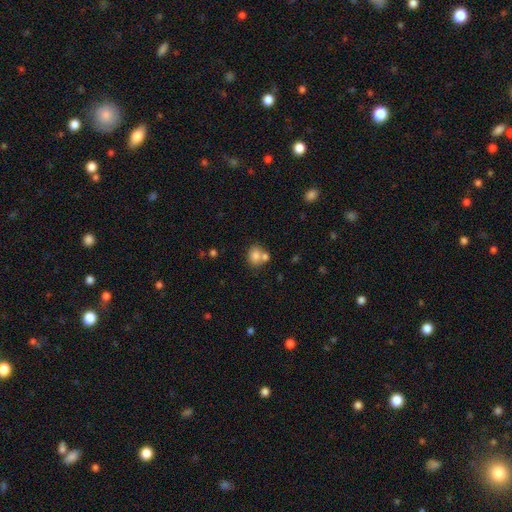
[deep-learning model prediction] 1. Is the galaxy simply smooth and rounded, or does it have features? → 79% smooth, 11% featured or disk, 10% star or artifact.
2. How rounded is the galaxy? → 58% round, 41% in between, 1% cigar-shaped.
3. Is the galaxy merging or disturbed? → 48% none, 36% merger, 11% minor disturbance, 4% major disturbance.